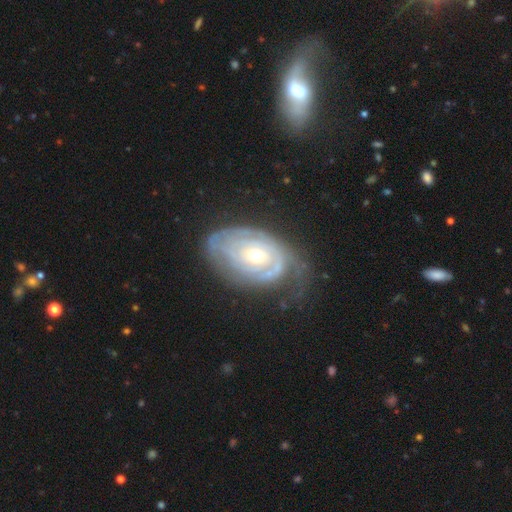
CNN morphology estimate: This appears to be a featured or disk galaxy (82%) with no bar (79%), tight (75%) spiral arms (85%) and a moderate central bulge (58%). Merging: none (54%).